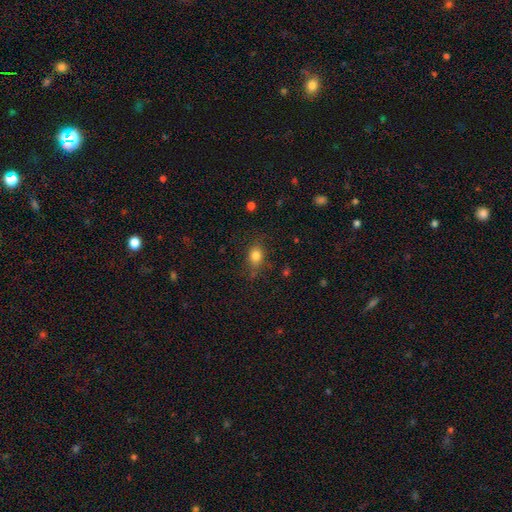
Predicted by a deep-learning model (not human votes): Morphology: type=smooth (81%); roundness=in between (56%); merging=none (74%).